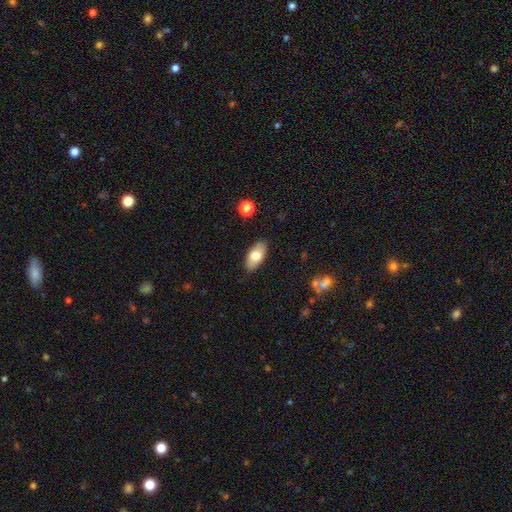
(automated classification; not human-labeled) smooth_or_featured: smooth (p=0.75) [alt: featured or disk p=0.18]
how_rounded: in between (p=0.92) [alt: cigar-shaped p=0.05]
merging: none (p=0.87) [alt: minor disturbance p=0.10]